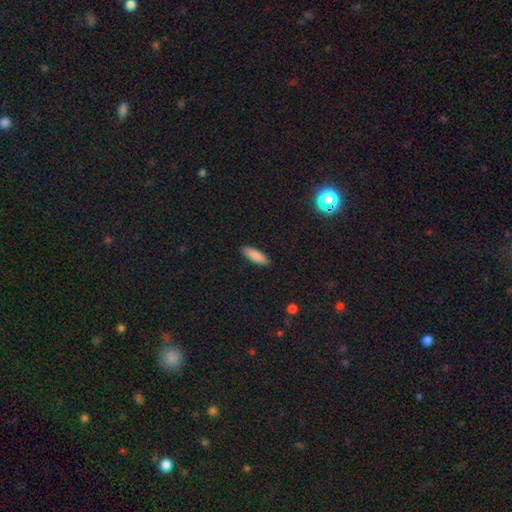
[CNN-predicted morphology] Smooth or featured?
  - smooth: 85% *
  - featured or disk: 8%
  - star or artifact: 7%
How rounded?
  - in between: 50% *
  - cigar-shaped: 49%
  - round: 2%
Merging?
  - none: 89% *
  - minor disturbance: 8%
  - major disturbance: 2%
  - merger: 1%